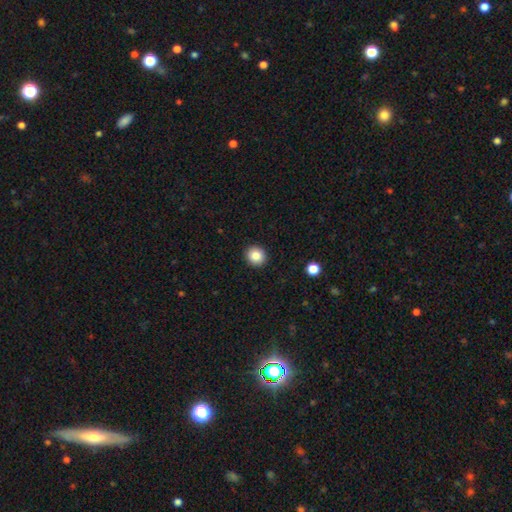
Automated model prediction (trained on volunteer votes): Smooth or featured?
  - smooth: 85% *
  - star or artifact: 10%
  - featured or disk: 5%
How rounded?
  - round: 88% *
  - in between: 11%
  - cigar-shaped: 1%
Merging?
  - none: 92% *
  - minor disturbance: 5%
  - major disturbance: 2%
  - merger: 1%